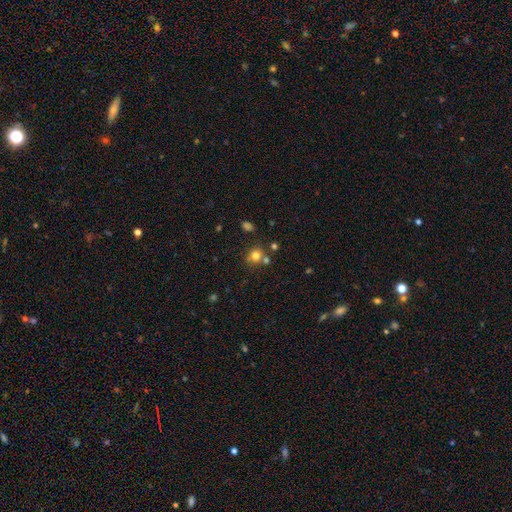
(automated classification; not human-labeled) Smooth or featured: smooth — 76% (star or artifact — 15%)
How rounded: round — 81% (in between — 18%)
Merging: none — 64% (merger — 20%)